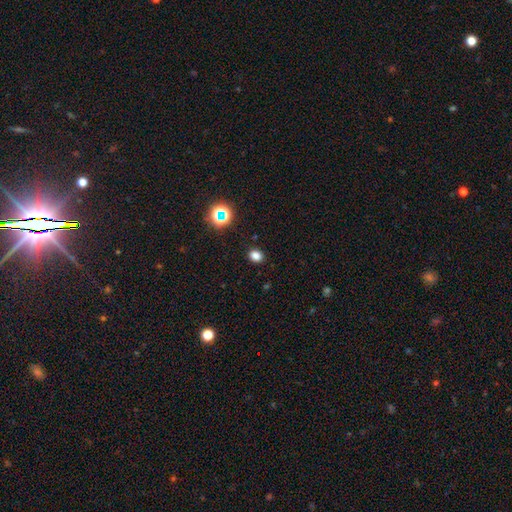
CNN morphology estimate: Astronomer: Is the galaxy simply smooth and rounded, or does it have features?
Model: smooth — 78%.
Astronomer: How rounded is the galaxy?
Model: round — 54% (runner-up: in between, 45%).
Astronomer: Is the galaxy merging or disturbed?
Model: none — 89%.